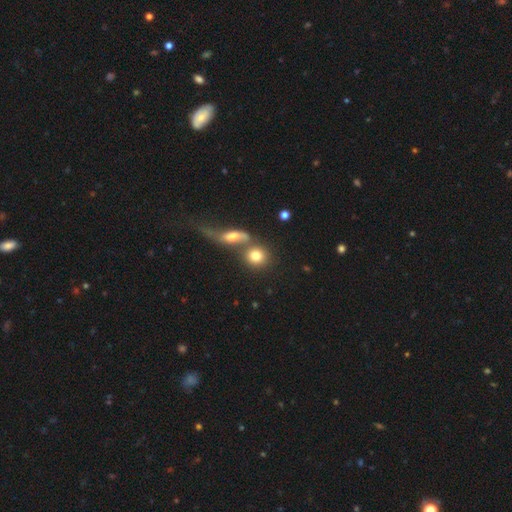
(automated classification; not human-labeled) The model was most divided on "merging": none: 45%, merger: 40%, minor disturbance: 8%, major disturbance: 7%. More confident: how rounded — round (81%); smooth or featured — smooth (76%).